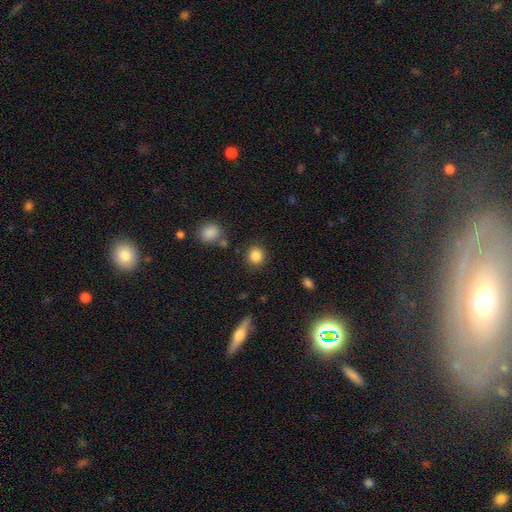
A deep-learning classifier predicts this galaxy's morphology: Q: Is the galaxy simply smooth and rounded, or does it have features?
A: smooth — 86%.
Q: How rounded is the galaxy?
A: round — 89%.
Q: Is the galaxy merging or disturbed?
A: none — 86%.